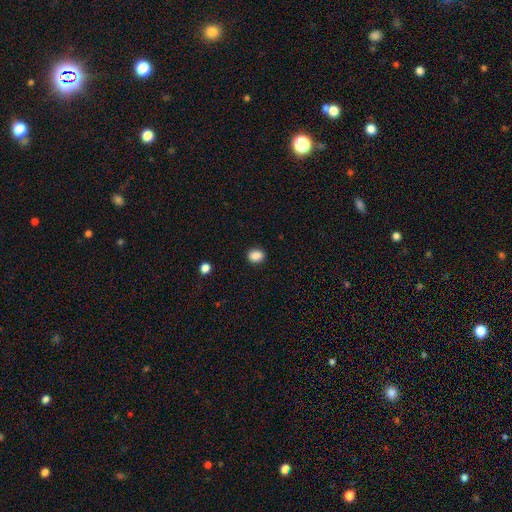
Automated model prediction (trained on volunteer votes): Smooth or featured?
  - smooth: 88% *
  - star or artifact: 9%
  - featured or disk: 3%
How rounded?
  - in between: 56% *
  - round: 42%
  - cigar-shaped: 1%
Merging?
  - none: 88% *
  - minor disturbance: 8%
  - major disturbance: 2%
  - merger: 1%